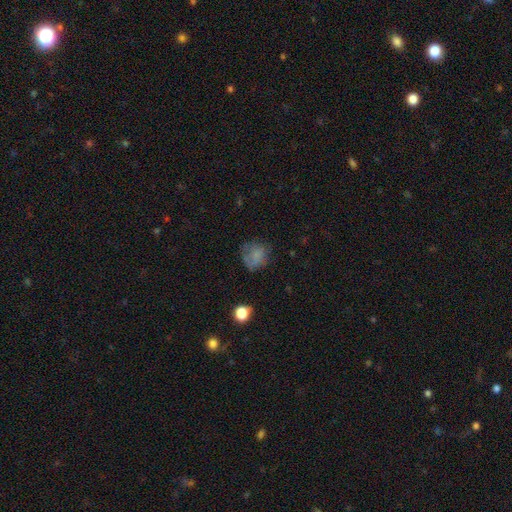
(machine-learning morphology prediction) A smooth galaxy with no disk features (70%) that is round (82%). Merging: none (62%).